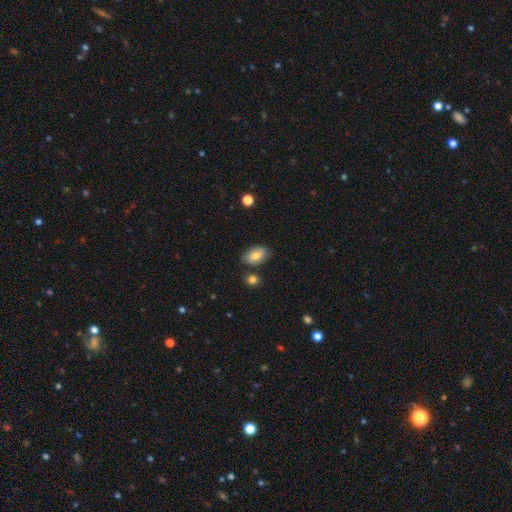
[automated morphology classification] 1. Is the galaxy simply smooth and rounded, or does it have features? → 72% smooth, 20% featured or disk, 8% star or artifact.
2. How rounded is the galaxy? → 89% in between, 9% round, 2% cigar-shaped.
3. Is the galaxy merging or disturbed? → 76% none, 15% minor disturbance, 6% merger, 3% major disturbance.